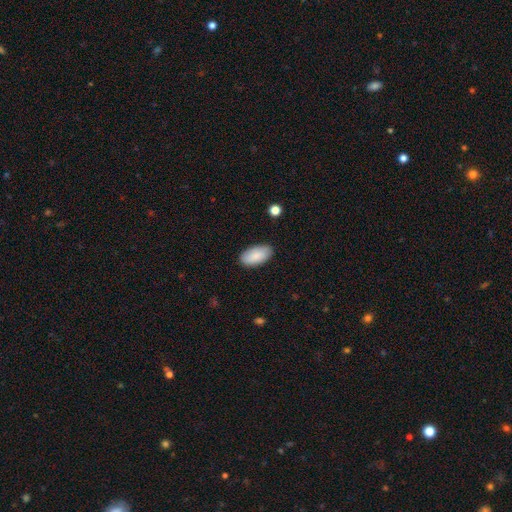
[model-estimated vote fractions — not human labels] Morphology: type=smooth (88%); roundness=in between (94%); merging=none (85%).